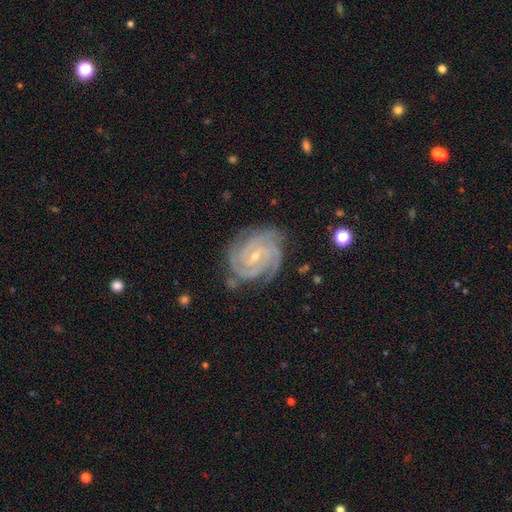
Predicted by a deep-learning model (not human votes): A featured or disk galaxy (92%) with no bar (43%), 3 (38%) tight (81%) spiral arms (99%) and a small central bulge (72%). Merging: none (78%).